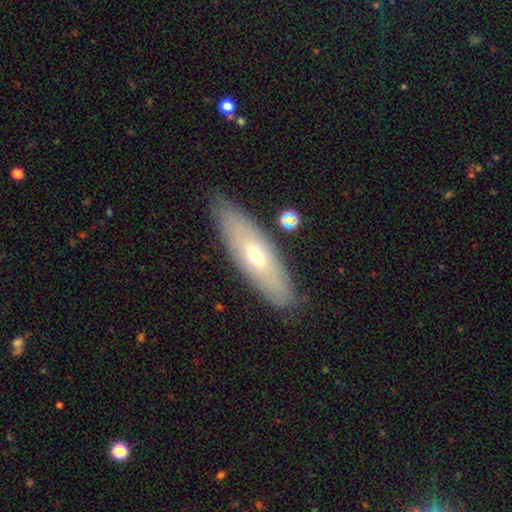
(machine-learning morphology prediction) A featured or disk galaxy (48%).

Vote fractions:
- Smooth or featured? featured or disk: 48% / smooth: 45% / star or artifact: 7%
- Merging? none: 84% / minor disturbance: 12% / major disturbance: 3% / merger: 2%